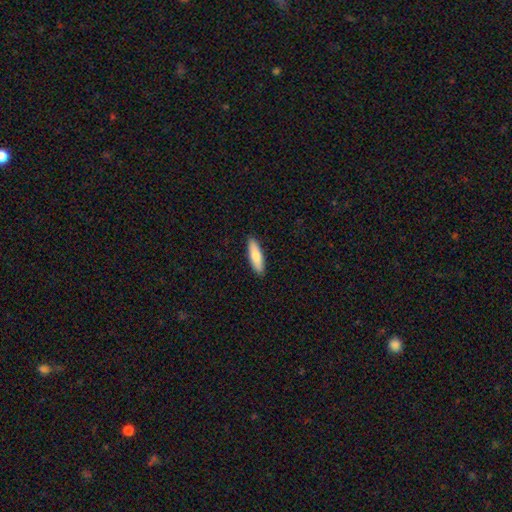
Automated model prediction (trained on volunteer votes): Smooth or featured?
  - smooth: 78% *
  - featured or disk: 17%
  - star or artifact: 5%
How rounded?
  - cigar-shaped: 60% *
  - in between: 39%
  - round: 2%
Merging?
  - none: 91% *
  - minor disturbance: 7%
  - major disturbance: 1%
  - merger: 1%